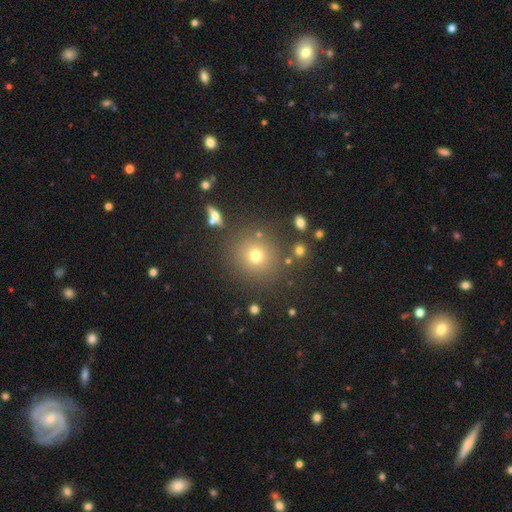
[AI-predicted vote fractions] Smooth or featured? smooth (70%)
How rounded? round (89%)
Merging? none (83%)